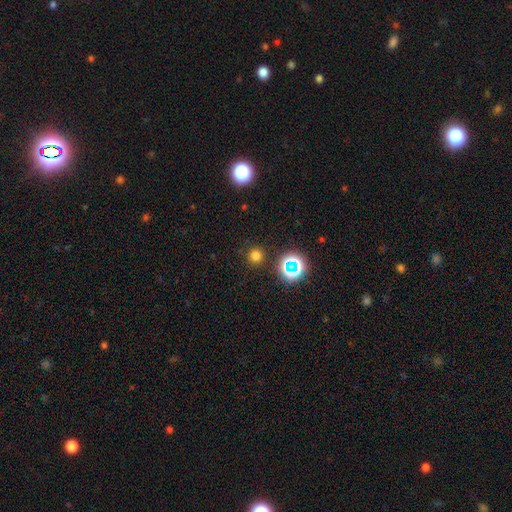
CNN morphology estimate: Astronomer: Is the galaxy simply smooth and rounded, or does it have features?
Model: smooth — 72%.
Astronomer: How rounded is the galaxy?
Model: round — 95%.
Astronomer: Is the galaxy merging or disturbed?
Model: none — 90%.